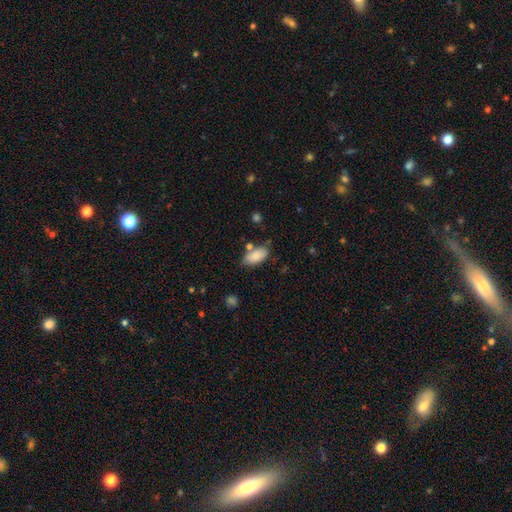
Smooth or featured? smooth (78%)
How rounded? in between (94%)
Merging? none (68%)